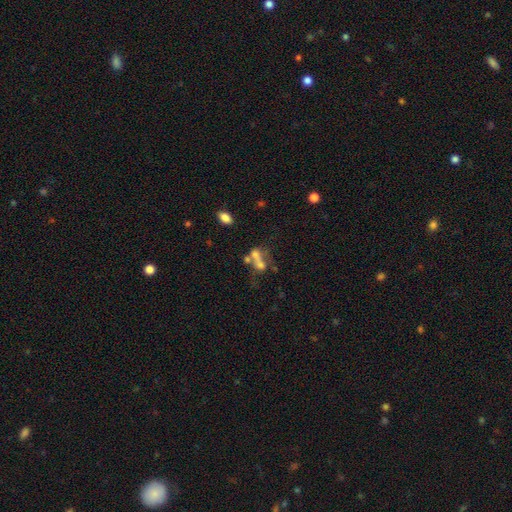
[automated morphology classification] Smooth or featured? Predicted: smooth (p=0.49). Merging? Predicted: merger (p=0.52).